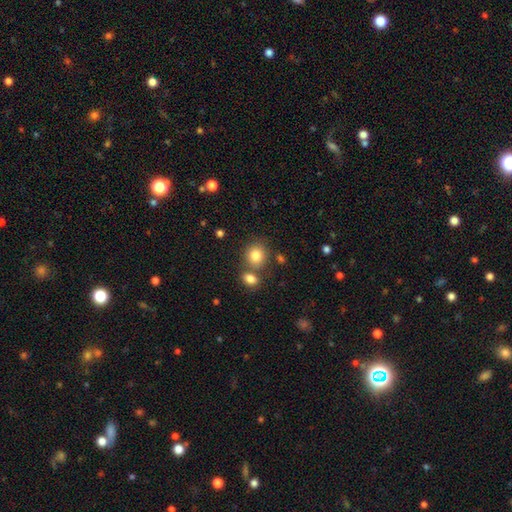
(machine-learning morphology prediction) This is clearly a smooth galaxy (82%). How rounded: likely round (75%). Merging: likely none (62%).